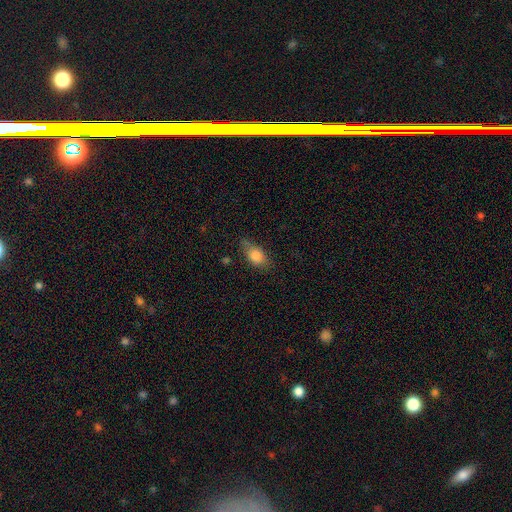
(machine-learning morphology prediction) Overall: smooth (81%). How rounded: in between (84%). Merging: none (63%; minor disturbance 27%).